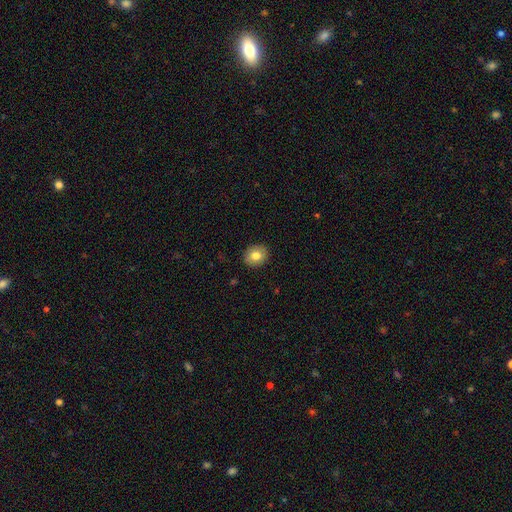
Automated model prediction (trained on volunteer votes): A smooth galaxy with no disk features (81%) that is round (70%).

Vote fractions:
- Smooth or featured? smooth: 81% / featured or disk: 11% / star or artifact: 9%
- How rounded? round: 70% / in between: 29% / cigar-shaped: 1%
- Merging? none: 90% / minor disturbance: 7% / major disturbance: 2% / merger: 1%